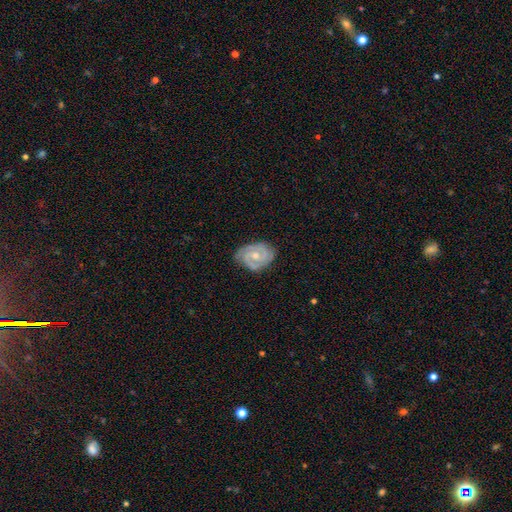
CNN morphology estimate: This appears to be a featured or disk galaxy (82%) with no bar (61%), 2 (65%) tight (59%) spiral arms (94%) and a moderate central bulge (62%). Merging: none (71%).